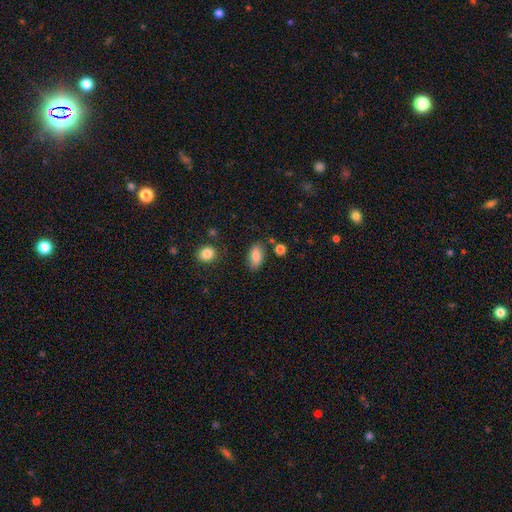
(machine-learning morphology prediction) The model was most divided on "merging": none: 79%, minor disturbance: 14%, merger: 4%, major disturbance: 3%. More confident: how rounded — in between (90%); smooth or featured — smooth (83%).